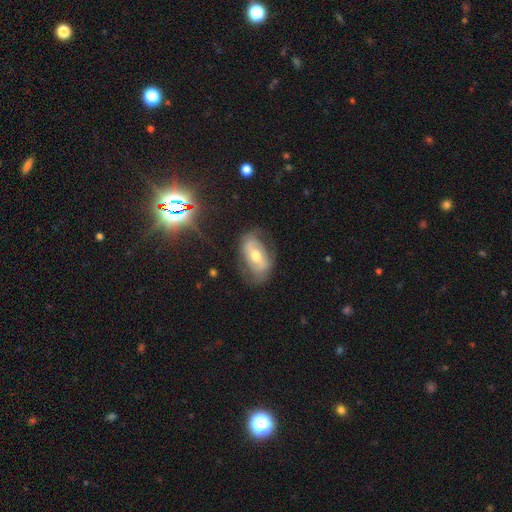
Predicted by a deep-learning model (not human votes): Smooth or featured: featured or disk — 60% (smooth — 29%)
Edge-on disk: no — 91% (yes — 9%)
Bar: weak — 35% (no — 33%)
Spiral arms: yes — 66% (no — 34%)
Bulge size: moderate — 71% (small — 20%)
Merging: none — 67% (minor disturbance — 21%)